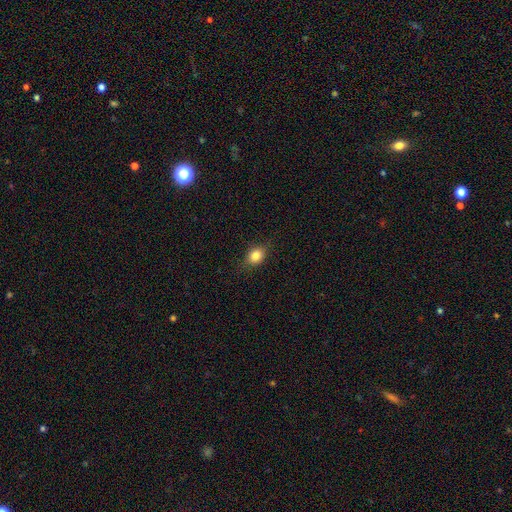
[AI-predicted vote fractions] This is clearly a smooth galaxy (82%). How rounded: possibly in between (53%). Merging: clearly none (81%).